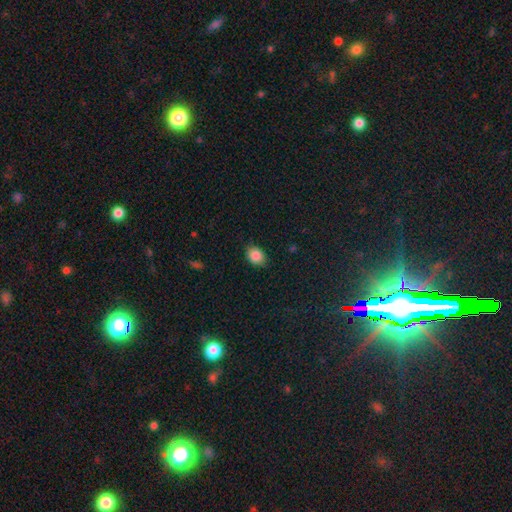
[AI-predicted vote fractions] Smooth or featured? smooth (87%)
How rounded? in between (63%)
Merging? none (85%)